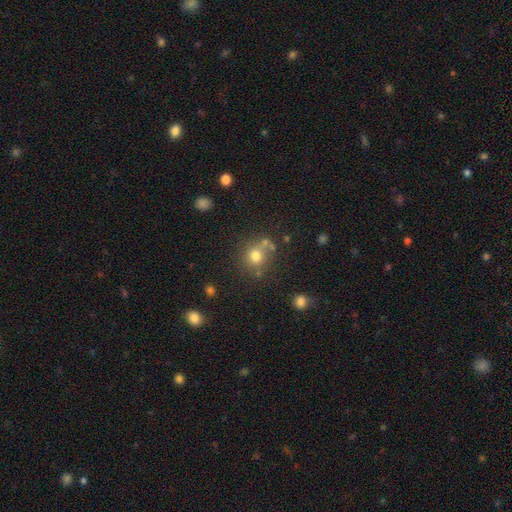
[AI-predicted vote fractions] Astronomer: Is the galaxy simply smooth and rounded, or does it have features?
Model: smooth — 72%.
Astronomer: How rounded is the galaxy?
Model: round — 83%.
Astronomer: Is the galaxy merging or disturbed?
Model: none — 66%.